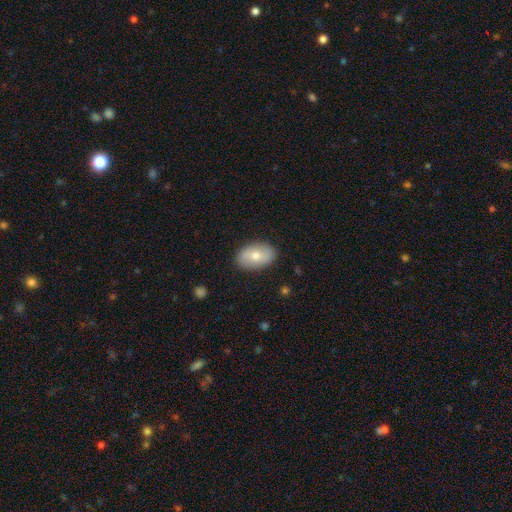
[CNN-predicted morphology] Smooth or featured? Predicted: smooth (p=0.63). How rounded? Predicted: in between (p=0.89). Merging? Predicted: none (p=0.87).